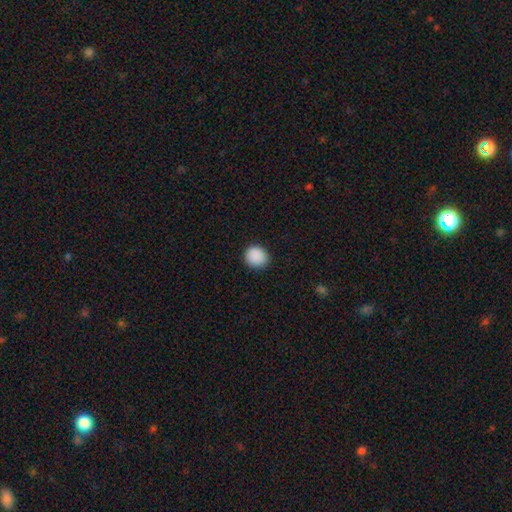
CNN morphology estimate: smooth 90%, star or artifact 8%, featured or disk 2%. Down the decision tree: how rounded — round (86%); merging — none (90%).